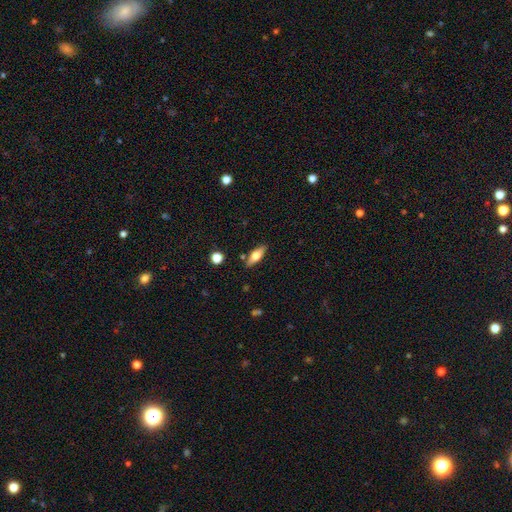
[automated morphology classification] type=smooth (58%); roundness=in between (62%); merging=none (84%).